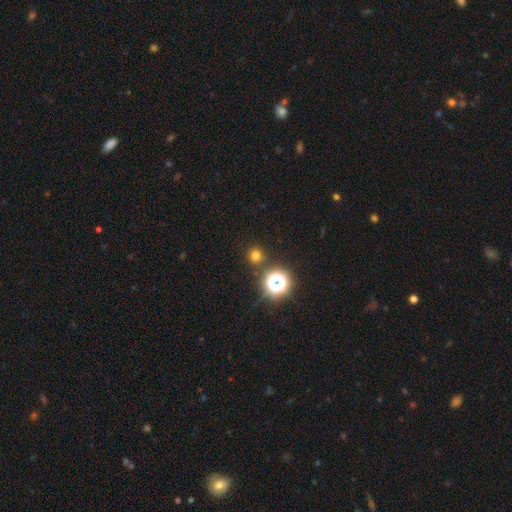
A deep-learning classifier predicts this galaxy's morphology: Overall: smooth (68%). How rounded: round (93%). Merging: none (85%).